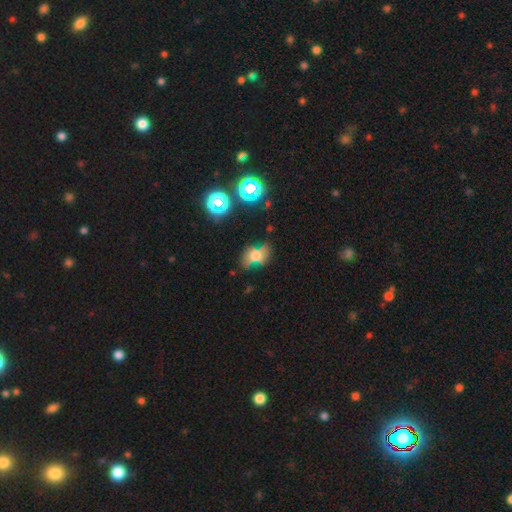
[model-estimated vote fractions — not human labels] Smooth or featured?
  - smooth: 46% *
  - featured or disk: 33%
  - star or artifact: 21%
Merging?
  - none: 48% *
  - minor disturbance: 27%
  - major disturbance: 17%
  - merger: 8%